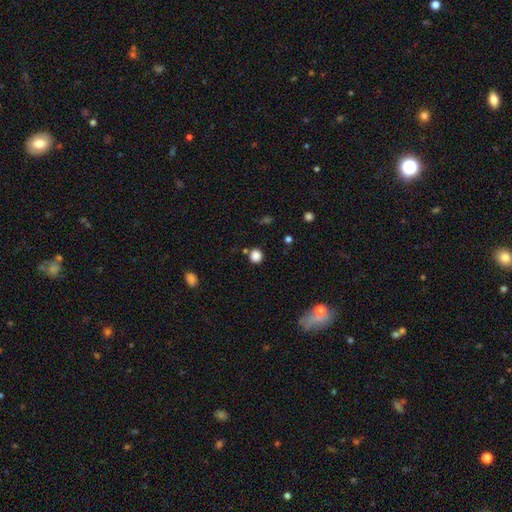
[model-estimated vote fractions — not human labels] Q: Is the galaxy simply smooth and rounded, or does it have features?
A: smooth — 84%.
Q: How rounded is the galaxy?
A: round — 85%.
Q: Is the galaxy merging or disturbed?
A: none — 82%.